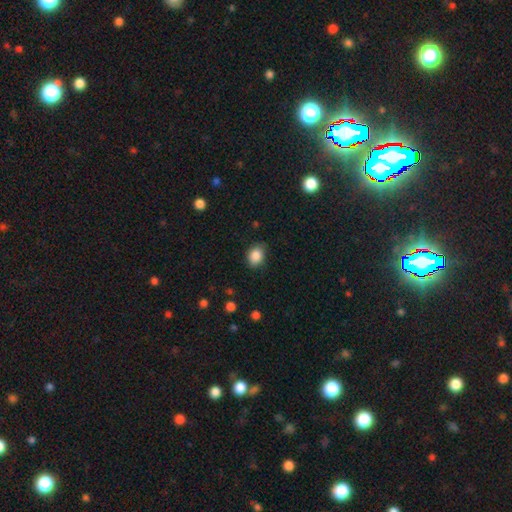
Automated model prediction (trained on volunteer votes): A smooth galaxy with no disk features (87%) that is in between round and cigar-shaped (56%).

Vote fractions:
- Smooth or featured? smooth: 87% / star or artifact: 8% / featured or disk: 4%
- How rounded? in between: 56% / round: 43% / cigar-shaped: 1%
- Merging? none: 77% / minor disturbance: 18% / major disturbance: 3% / merger: 1%